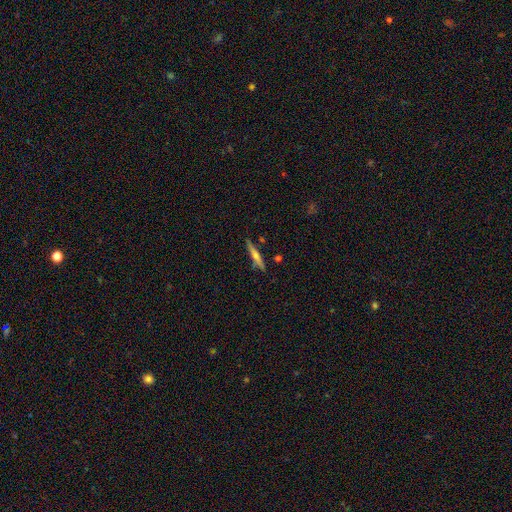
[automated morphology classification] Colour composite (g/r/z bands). It shows a featured or disk galaxy (52%) viewed edge-on (96%). Merging: none (85%).